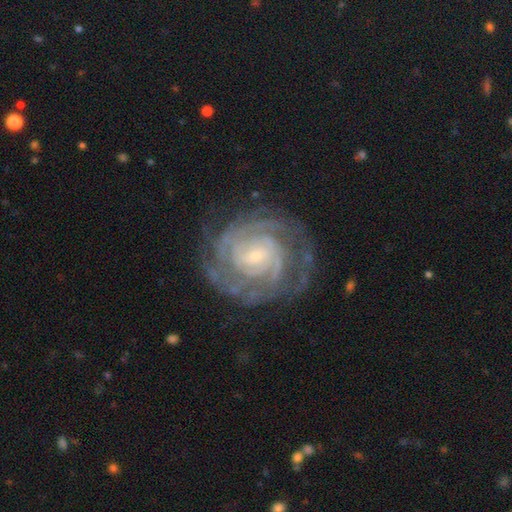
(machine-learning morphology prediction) smooth_or_featured: featured or disk (p=0.90) [alt: star or artifact p=0.05]
disk_edge_on: no (p=0.98) [alt: yes p=0.02]
bar: no (p=0.50) [alt: weak p=0.38]
has_spiral_arms: yes (p=0.98) [alt: no p=0.02]
spiral_winding: tight (p=0.76) [alt: medium p=0.21]
spiral_arm_count: 2 (p=0.26) [alt: can't tell p=0.24]
bulge_size: small (p=0.77) [alt: moderate p=0.17]
merging: none (p=0.76) [alt: minor disturbance p=0.16]